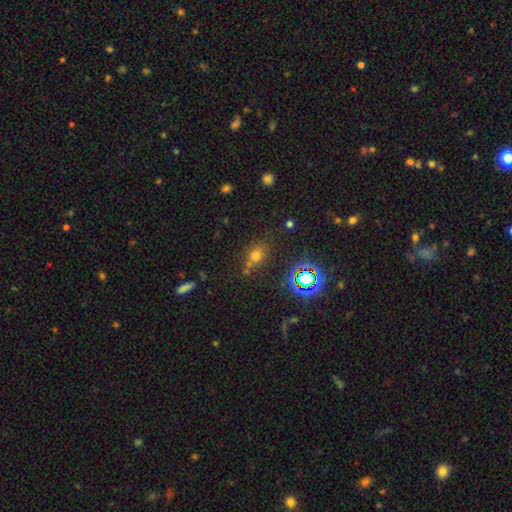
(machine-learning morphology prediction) A smooth galaxy with no disk features (58%) that is round (54%). Merging: none (67%).